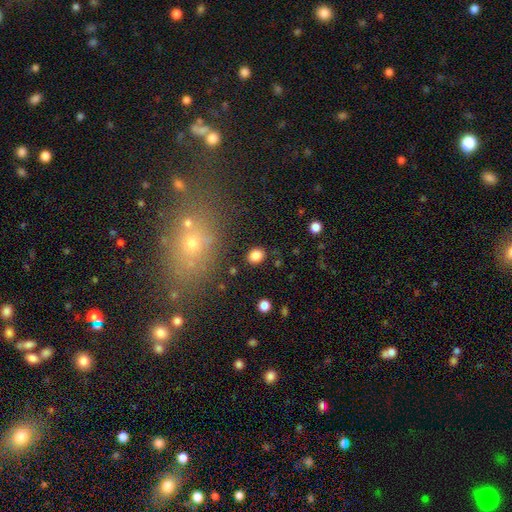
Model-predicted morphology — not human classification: This appears to be a smooth galaxy with no disk features (84%) that is round (57%). Merging: none (87%).